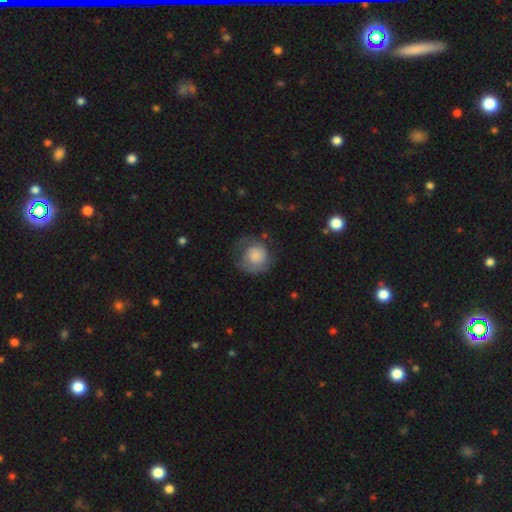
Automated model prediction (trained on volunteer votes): Q: Smooth or featured?
A: smooth (55%); runner-up: featured or disk (38%)
Q: How rounded?
A: round (85%); runner-up: in between (14%)
Q: Merging?
A: none (55%); runner-up: minor disturbance (24%)